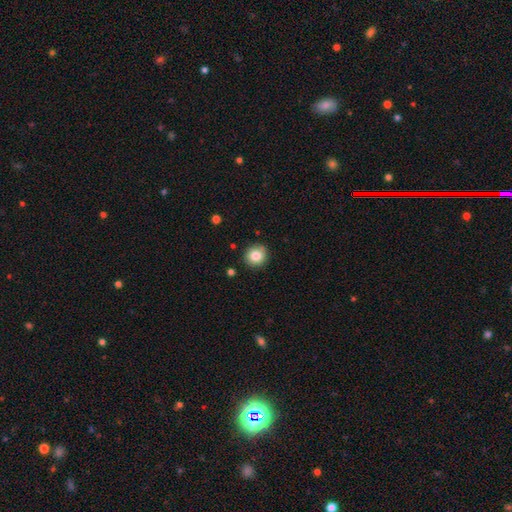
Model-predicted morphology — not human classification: Q: Smooth or featured?
A: smooth (84%); runner-up: star or artifact (9%)
Q: How rounded?
A: round (90%); runner-up: in between (9%)
Q: Merging?
A: none (87%); runner-up: minor disturbance (10%)